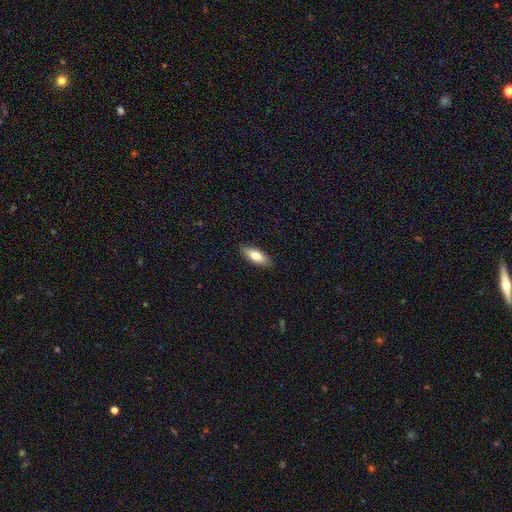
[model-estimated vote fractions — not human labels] A smooth galaxy with no disk features (76%) that is in between round and cigar-shaped (75%).

Vote fractions:
- Smooth or featured? smooth: 76% / featured or disk: 18% / star or artifact: 6%
- How rounded? in between: 75% / cigar-shaped: 23% / round: 2%
- Merging? none: 88% / minor disturbance: 9% / major disturbance: 2% / merger: 1%